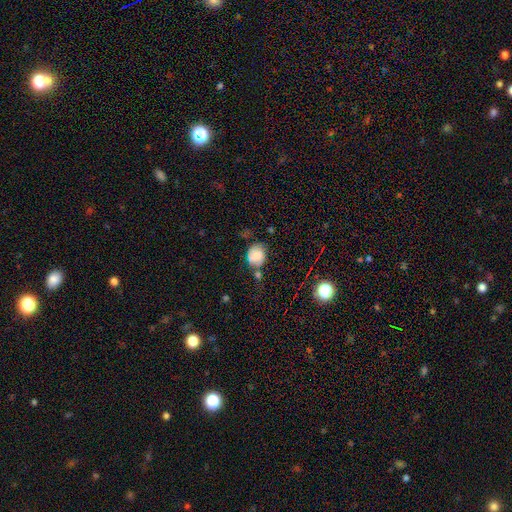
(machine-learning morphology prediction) smooth 68%, featured or disk 21%, star or artifact 11%. Down the decision tree: how rounded — round (69%); merging — none (52%).